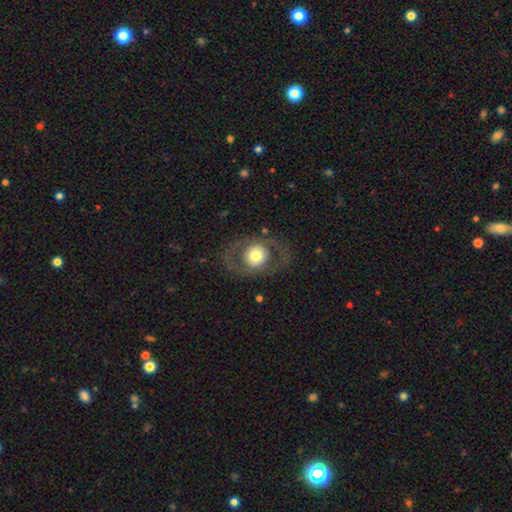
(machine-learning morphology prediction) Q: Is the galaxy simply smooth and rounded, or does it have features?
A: smooth — 49%.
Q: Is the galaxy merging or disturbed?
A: none — 77%.